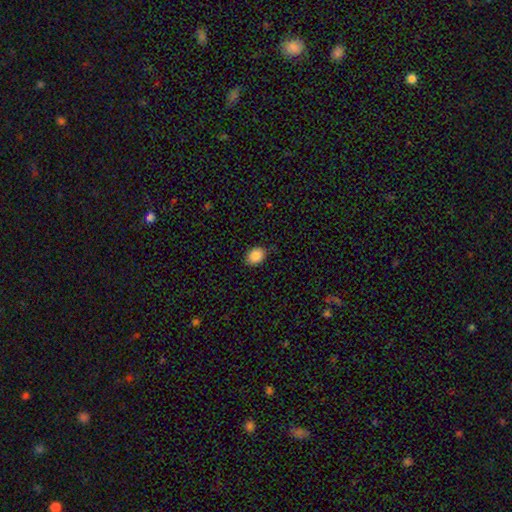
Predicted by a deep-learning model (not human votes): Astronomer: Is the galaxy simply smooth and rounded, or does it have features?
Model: smooth — 87%.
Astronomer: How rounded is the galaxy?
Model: in between — 53% (runner-up: round, 46%).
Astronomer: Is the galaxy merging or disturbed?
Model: none — 79%.